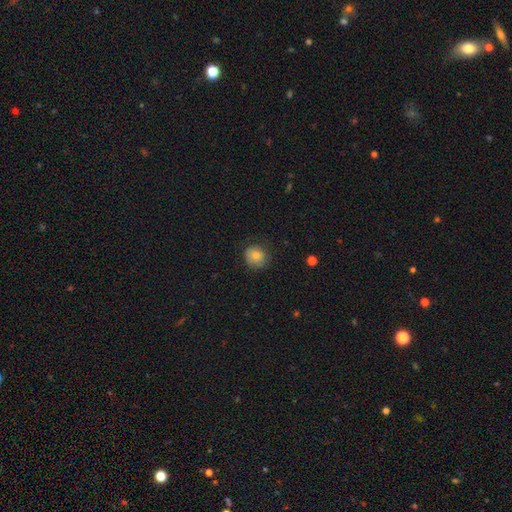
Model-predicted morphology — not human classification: Smooth or featured: smooth — 81% (featured or disk — 10%)
How rounded: round — 82% (in between — 17%)
Merging: none — 74% (minor disturbance — 20%)